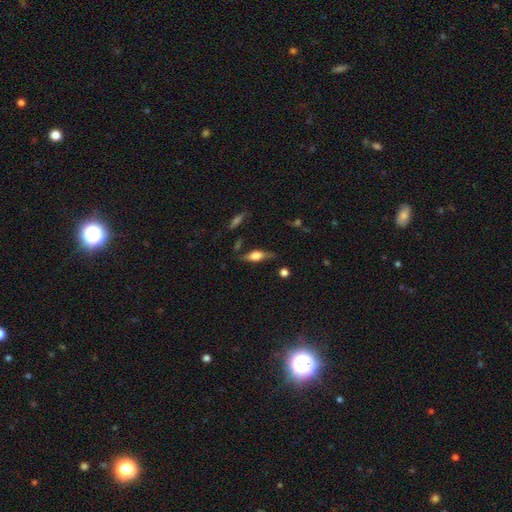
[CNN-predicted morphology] This is possibly a featured or disk galaxy (55%). It is clearly viewed edge-on (89%). Merging: likely none (72%).